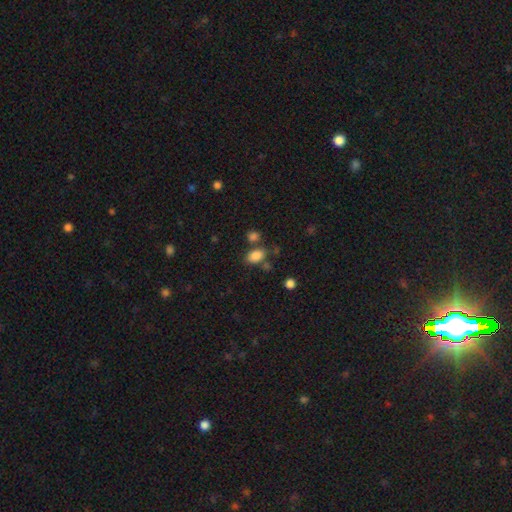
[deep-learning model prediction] Smooth or featured? Predicted: smooth (p=0.84). How rounded? Predicted: in between (p=0.85). Merging? Predicted: none (p=0.64).